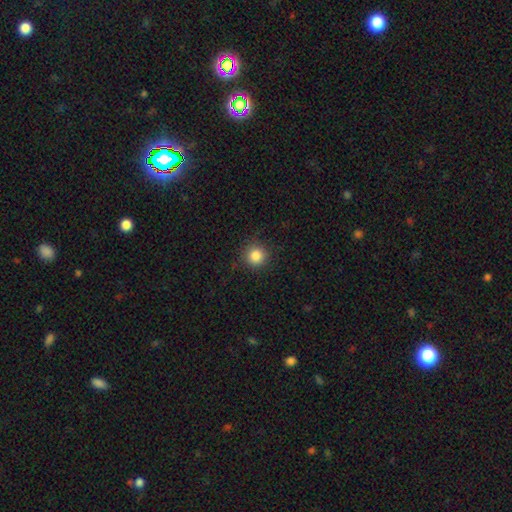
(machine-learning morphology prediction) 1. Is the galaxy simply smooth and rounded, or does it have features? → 84% smooth, 11% star or artifact, 4% featured or disk.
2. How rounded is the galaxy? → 95% round, 4% in between, 1% cigar-shaped.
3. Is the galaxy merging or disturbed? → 89% none, 8% minor disturbance, 2% major disturbance, 1% merger.